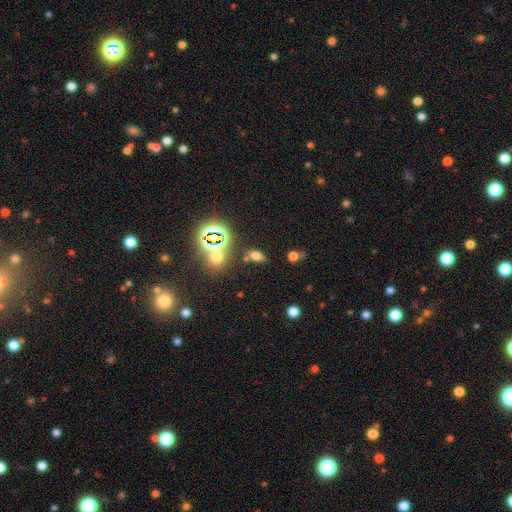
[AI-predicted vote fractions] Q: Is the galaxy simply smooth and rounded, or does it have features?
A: smooth — 60%.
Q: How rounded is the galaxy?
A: in between — 79%.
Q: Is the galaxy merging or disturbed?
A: none — 74%.